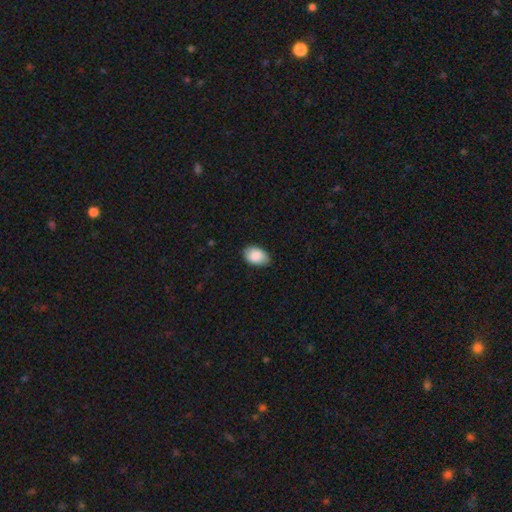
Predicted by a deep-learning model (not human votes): Morphology: type=smooth (88%); roundness=in between (90%); merging=none (81%).